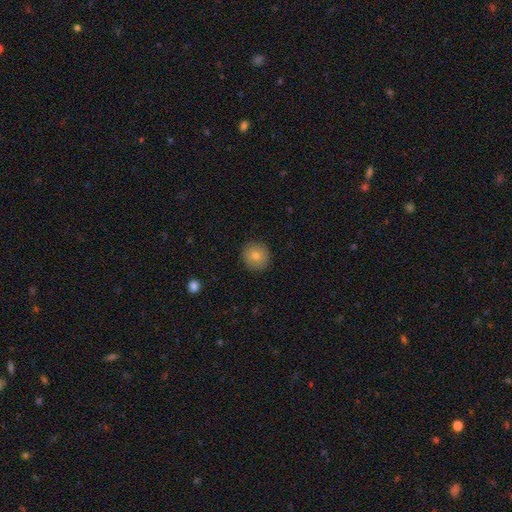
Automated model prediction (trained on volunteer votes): smooth_or_featured: smooth (p=0.78) [alt: featured or disk p=0.13]
how_rounded: round (p=0.90) [alt: in between p=0.09]
merging: none (p=0.88) [alt: minor disturbance p=0.09]